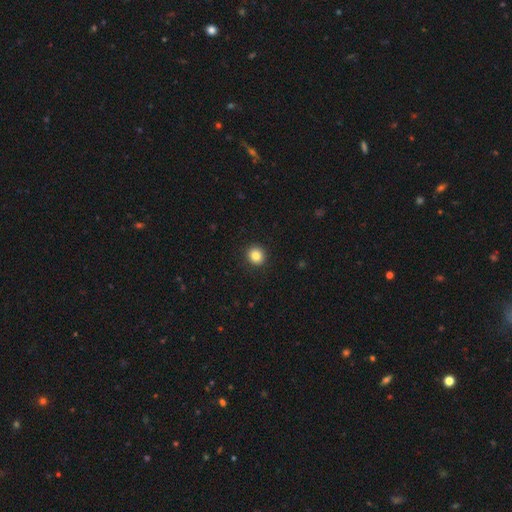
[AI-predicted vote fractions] Overall: smooth (84%). How rounded: round (86%). Merging: none (92%).